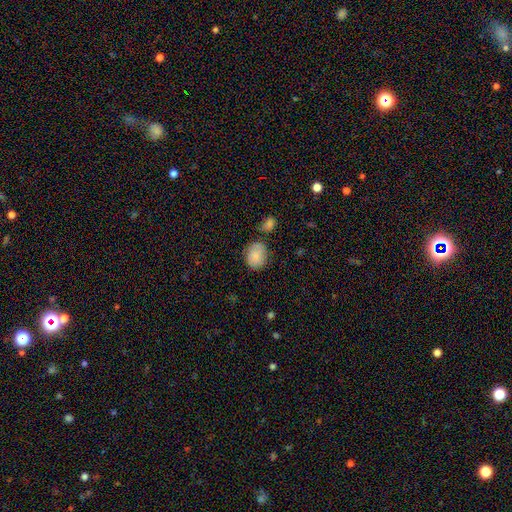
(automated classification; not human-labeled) smooth-or-featured: smooth: 74% | featured or disk: 18% | star or artifact: 8%
  how-rounded: round: 52% | in between: 46% | cigar-shaped: 1%
  merging: none: 65% | minor disturbance: 22% | merger: 7% | major disturbance: 6%